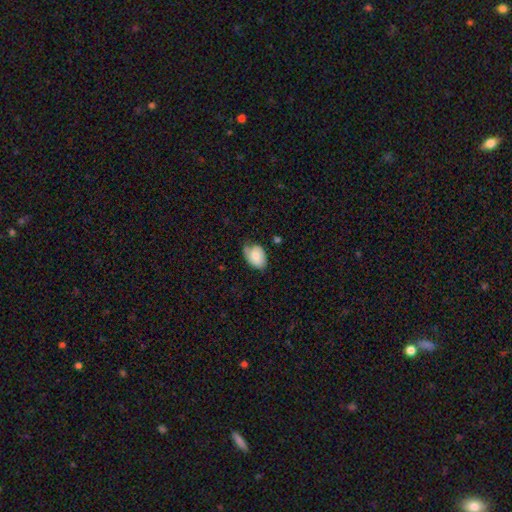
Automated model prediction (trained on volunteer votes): Smooth or featured? Predicted: smooth (p=0.61). How rounded? Predicted: in between (p=0.81). Merging? Predicted: none (p=0.53).